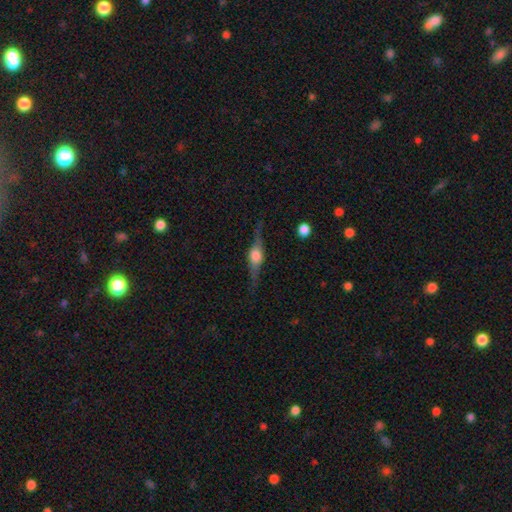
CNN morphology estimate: A featured or disk galaxy (80%) viewed edge-on (97%) with a rounded central bulge (91%).

Vote fractions:
- Smooth or featured? featured or disk: 80% / smooth: 14% / star or artifact: 6%
- Edge-on disk? yes: 97% / no: 3%
- Edge-on bulge? rounded: 91% / boxy: 8% / none: 1%
- Merging? none: 83% / minor disturbance: 12% / major disturbance: 3% / merger: 1%